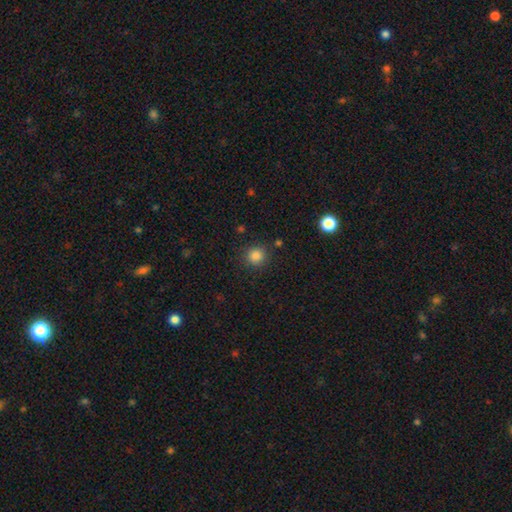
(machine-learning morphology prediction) Overall: smooth (84%). How rounded: round (91%). Merging: none (86%).